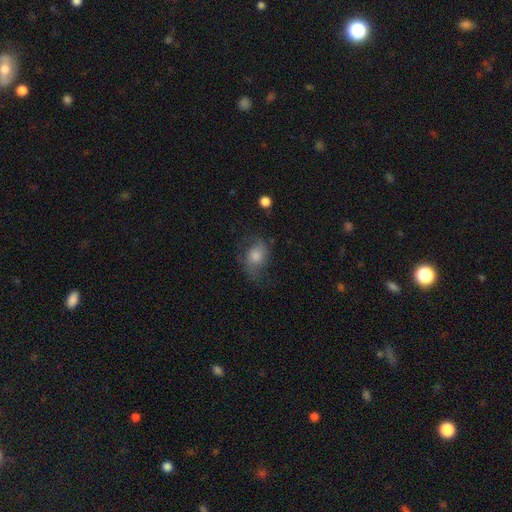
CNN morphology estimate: Smooth or featured? Predicted: smooth (p=0.51). How rounded? Predicted: in between (p=0.64). Merging? Predicted: none (p=0.54).